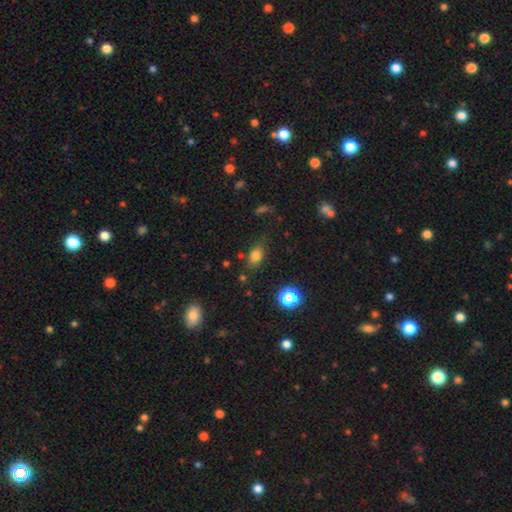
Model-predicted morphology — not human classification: A smooth galaxy with no disk features (78%) that is in between round and cigar-shaped (74%). Merging: none (74%).